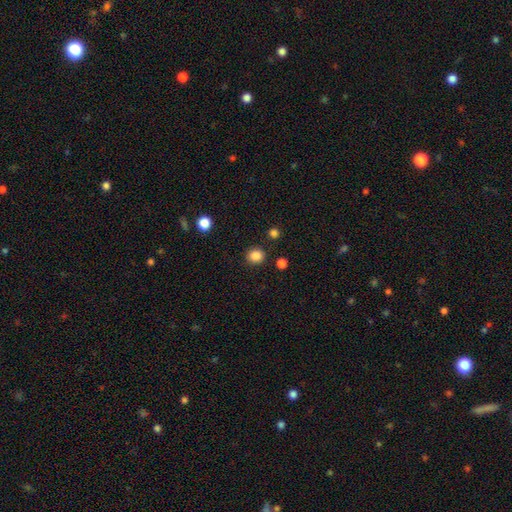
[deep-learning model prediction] The model was most divided on "how rounded": round: 80%, in between: 19%, cigar-shaped: 1%. More confident: merging — none (87%); smooth or featured — smooth (85%).